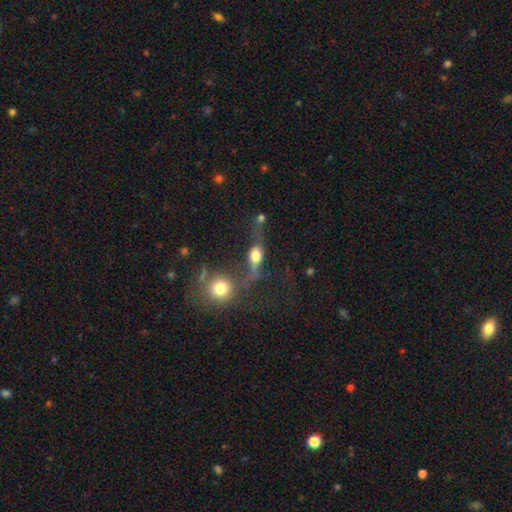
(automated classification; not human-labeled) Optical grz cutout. It shows a smooth galaxy with no disk features (47%). Merging: none (36%).